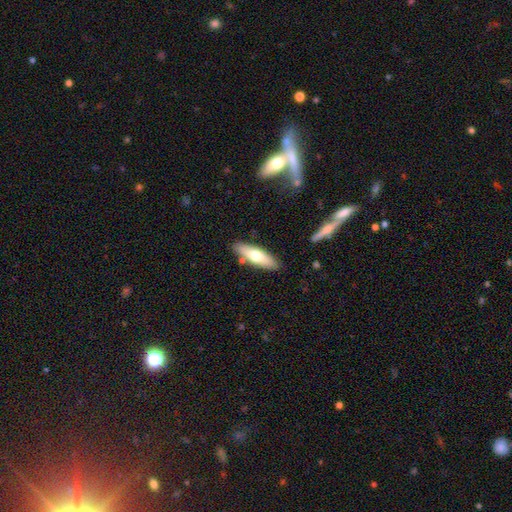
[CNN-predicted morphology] This is likely a smooth galaxy (62%). How rounded: possibly cigar-shaped (52%). Merging: clearly none (85%).